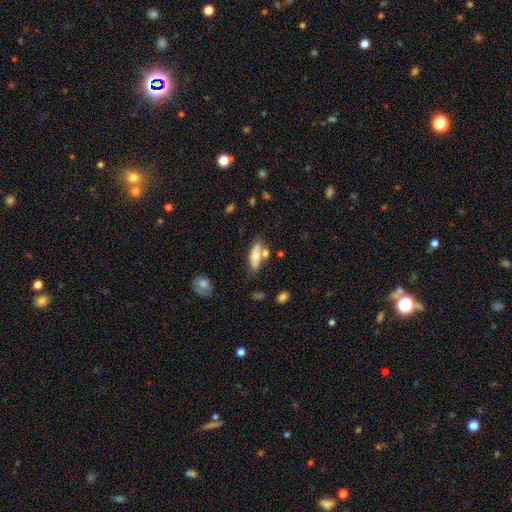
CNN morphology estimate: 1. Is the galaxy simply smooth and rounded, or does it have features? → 63% smooth, 30% featured or disk, 7% star or artifact.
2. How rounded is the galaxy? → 60% in between, 37% cigar-shaped, 3% round.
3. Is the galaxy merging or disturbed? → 55% none, 22% merger, 17% minor disturbance, 6% major disturbance.